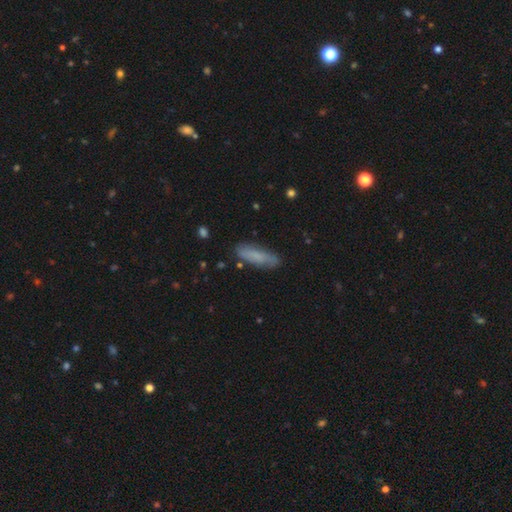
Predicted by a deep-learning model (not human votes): A smooth galaxy with no disk features (78%) that is cigar-shaped (64%).

Vote fractions:
- Smooth or featured? smooth: 78% / featured or disk: 16% / star or artifact: 7%
- How rounded? cigar-shaped: 64% / in between: 34% / round: 2%
- Merging? none: 81% / minor disturbance: 14% / major disturbance: 3% / merger: 2%